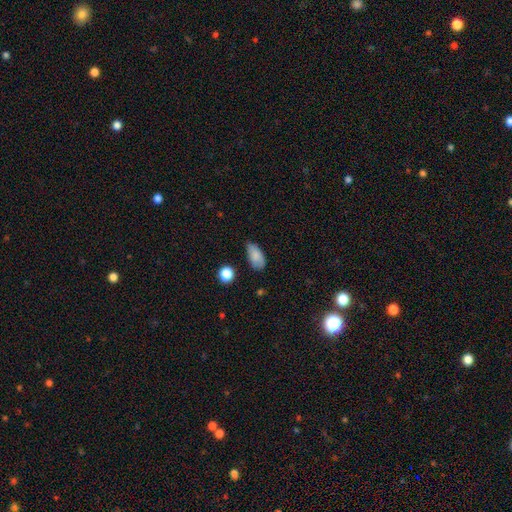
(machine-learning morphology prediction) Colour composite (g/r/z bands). It shows a smooth galaxy with no disk features (82%) that is in between round and cigar-shaped (91%). Merging: none (65%).